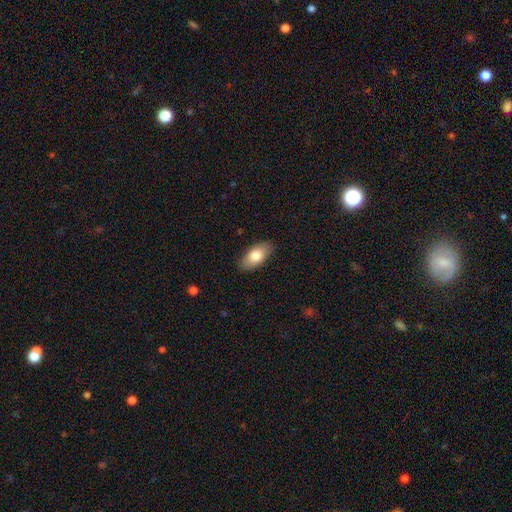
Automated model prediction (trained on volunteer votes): Overall: smooth (79%). How rounded: in between (92%). Merging: none (87%).